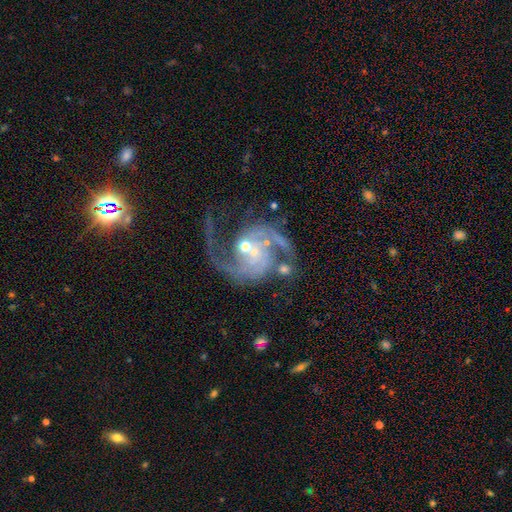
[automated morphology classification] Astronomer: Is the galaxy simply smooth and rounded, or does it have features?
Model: featured or disk — 92%.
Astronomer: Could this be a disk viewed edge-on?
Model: no — 98%.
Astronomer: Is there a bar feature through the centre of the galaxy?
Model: no — 53% (runner-up: weak, 35%).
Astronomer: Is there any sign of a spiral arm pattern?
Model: yes — 98%.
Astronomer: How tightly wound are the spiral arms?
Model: medium — 60%.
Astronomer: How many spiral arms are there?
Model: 2 — 91%.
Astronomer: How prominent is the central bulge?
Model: small — 60%.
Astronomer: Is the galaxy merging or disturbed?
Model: none — 64%.